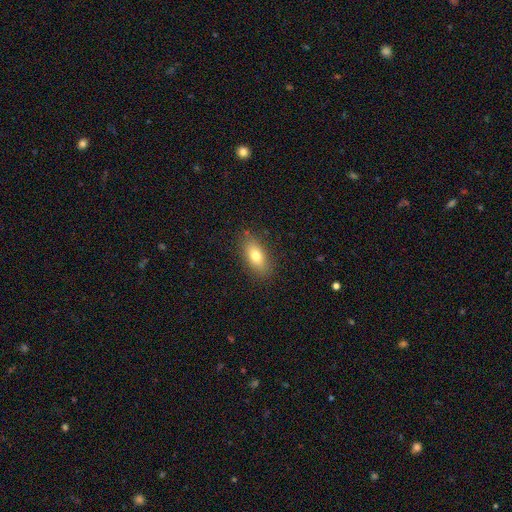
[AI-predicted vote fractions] smooth-or-featured: smooth: 76% | featured or disk: 16% | star or artifact: 9%
  how-rounded: in between: 84% | cigar-shaped: 10% | round: 6%
  merging: none: 85% | minor disturbance: 11% | major disturbance: 3% | merger: 1%